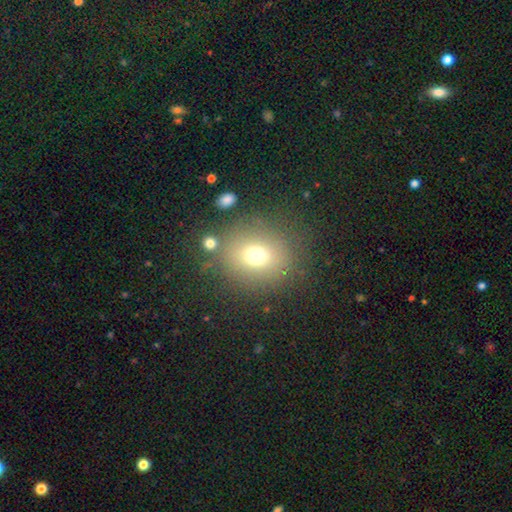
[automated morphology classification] smooth_or_featured: smooth (p=0.70) [alt: star or artifact p=0.17]
how_rounded: round (p=0.74) [alt: in between p=0.25]
merging: none (p=0.78) [alt: minor disturbance p=0.10]